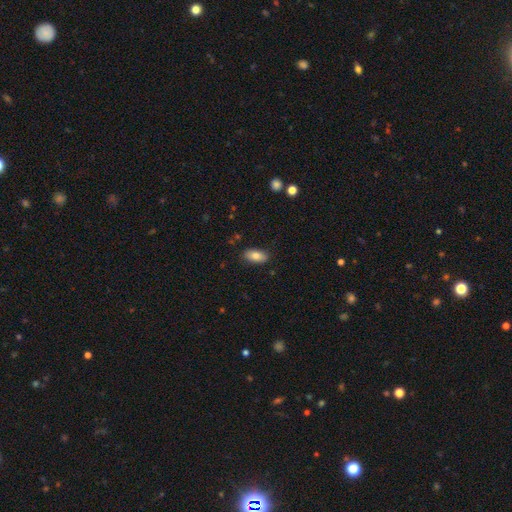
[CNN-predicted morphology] Q: Smooth or featured?
A: smooth (80%); runner-up: featured or disk (13%)
Q: How rounded?
A: in between (90%); runner-up: cigar-shaped (6%)
Q: Merging?
A: none (87%); runner-up: minor disturbance (10%)